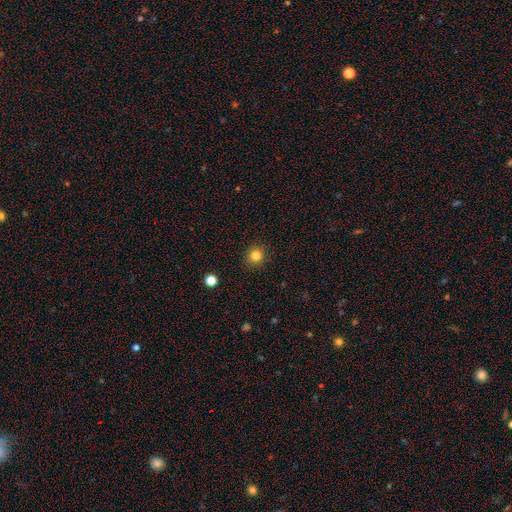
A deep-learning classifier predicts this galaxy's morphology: This is clearly a smooth galaxy (83%). How rounded: clearly round (93%). Merging: clearly none (91%).